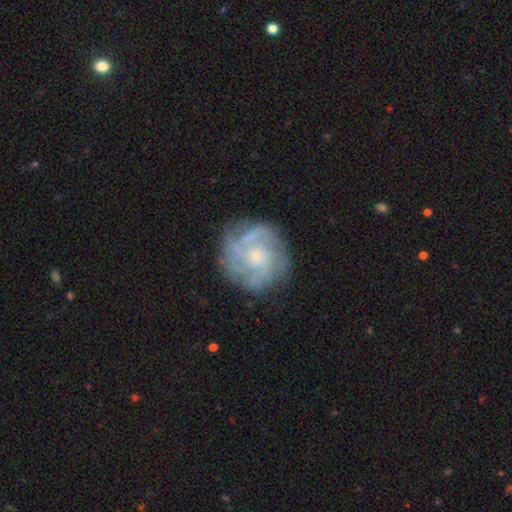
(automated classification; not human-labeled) This appears to be a featured or disk galaxy (80%) with no bar (74%), tight (59%) spiral arms (94%) and a small central bulge (58%). Merging: none (76%).